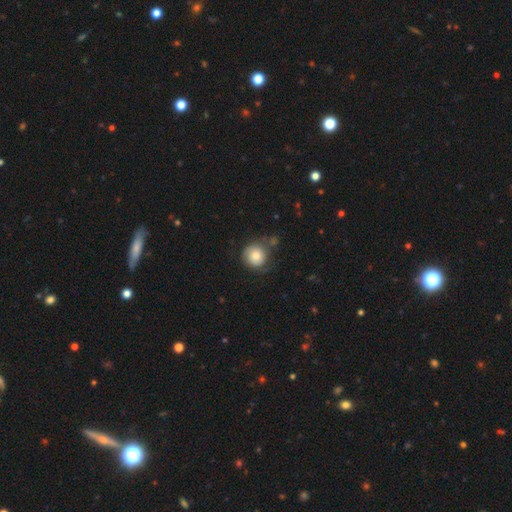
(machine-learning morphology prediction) smooth 75%, featured or disk 18%, star or artifact 8%. Down the decision tree: how rounded — round (89%); merging — none (58%).